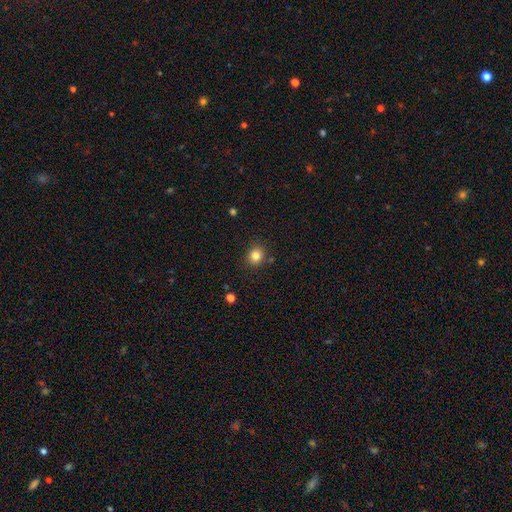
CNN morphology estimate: type=smooth (82%); roundness=round (81%); merging=none (86%).